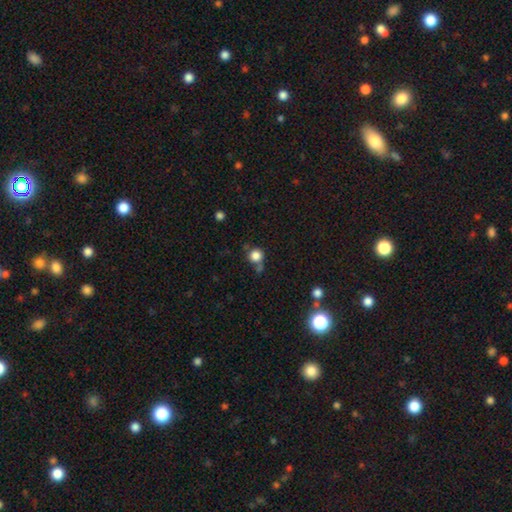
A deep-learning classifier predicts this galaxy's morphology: Smooth or featured? smooth (83%)
How rounded? round (92%)
Merging? none (64%)